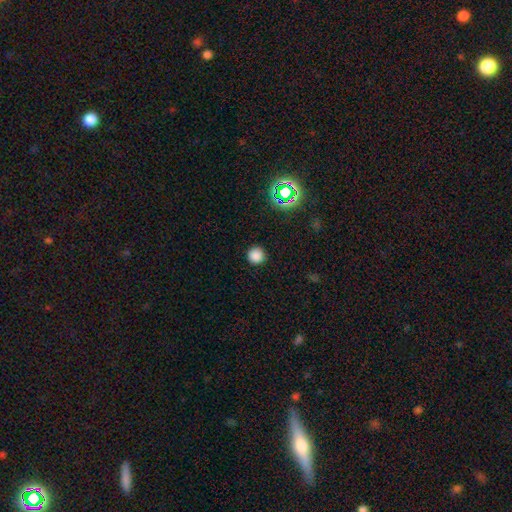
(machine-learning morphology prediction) type=smooth (82%); roundness=round (96%); merging=none (92%).